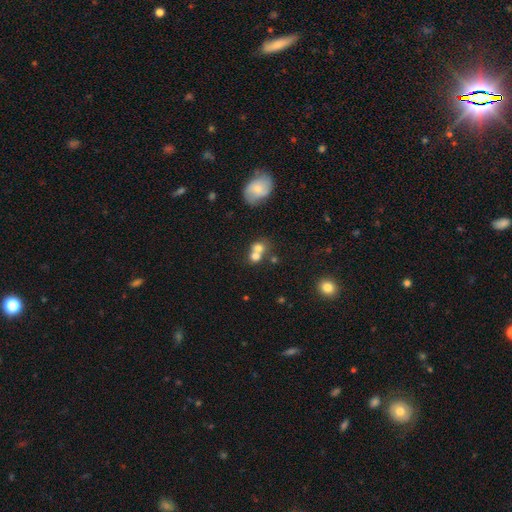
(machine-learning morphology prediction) smooth-or-featured: smooth: 70% | featured or disk: 17% | star or artifact: 12%
  how-rounded: round: 72% | in between: 27% | cigar-shaped: 1%
  merging: merger: 61% | none: 28% | minor disturbance: 7% | major disturbance: 4%